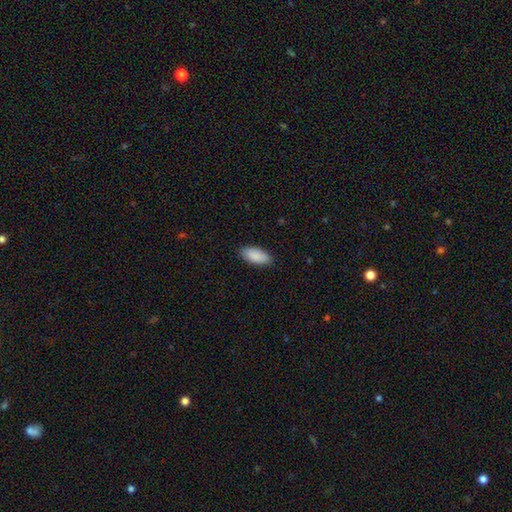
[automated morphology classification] A smooth galaxy with no disk features (90%) that is in between round and cigar-shaped (90%). Merging: none (88%).